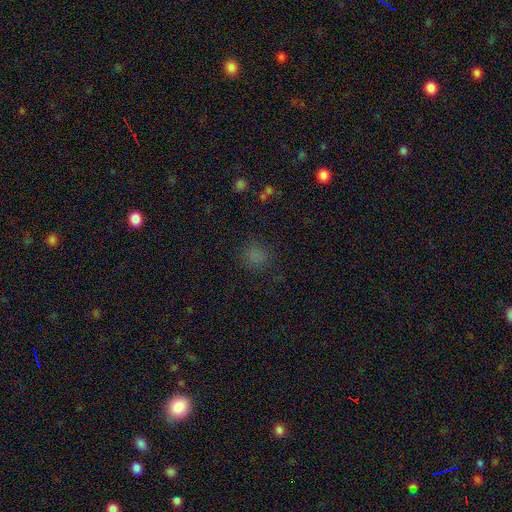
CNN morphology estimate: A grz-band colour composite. It shows a smooth galaxy with no disk features (74%) that is round (81%). Merging: none (82%).